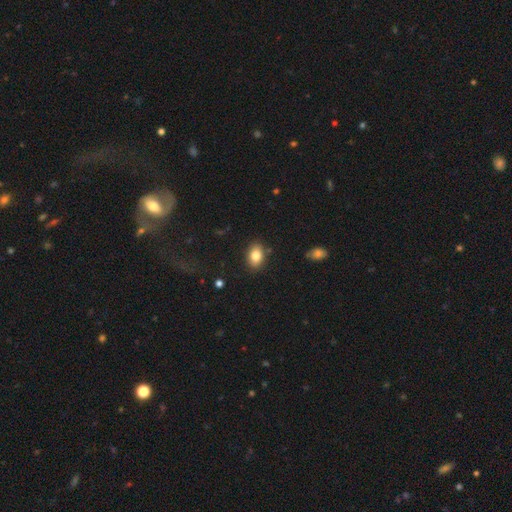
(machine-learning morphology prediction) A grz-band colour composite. It shows a smooth galaxy with no disk features (82%) that is in between round and cigar-shaped (83%). Merging: none (86%).